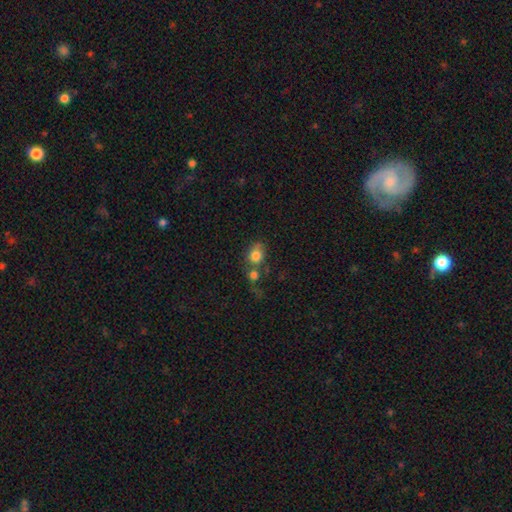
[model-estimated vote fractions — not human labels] Q: Smooth or featured?
A: smooth (78%); runner-up: featured or disk (11%)
Q: How rounded?
A: round (58%); runner-up: in between (40%)
Q: Merging?
A: merger (41%); runner-up: none (34%)